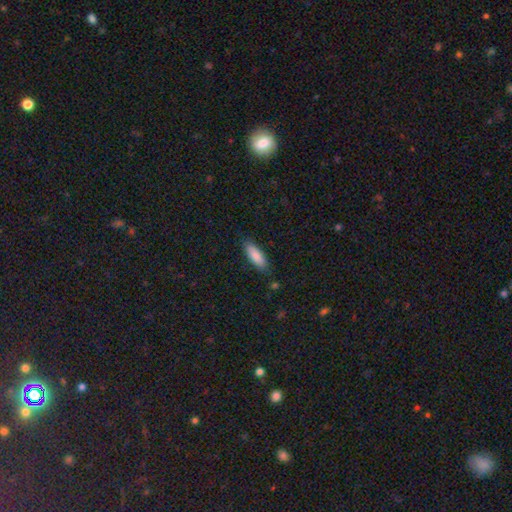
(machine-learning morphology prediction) Smooth or featured? smooth (86%)
How rounded? in between (58%)
Merging? none (85%)